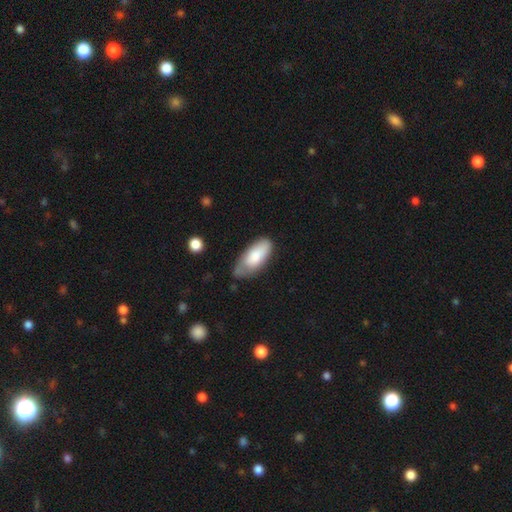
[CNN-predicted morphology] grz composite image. It shows a smooth galaxy with no disk features (77%) that is in between round and cigar-shaped (85%). Merging: none (52%).